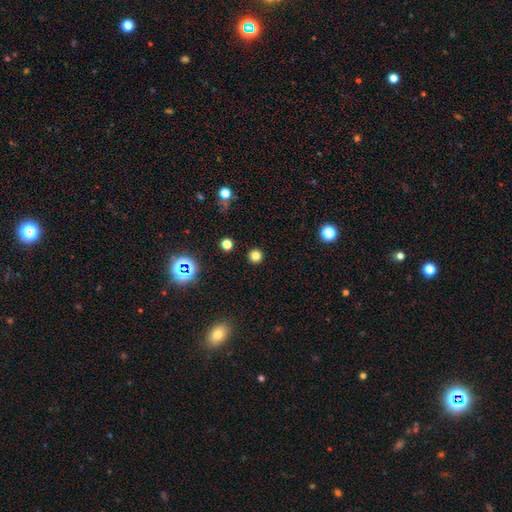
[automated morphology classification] Smooth or featured? Predicted: smooth (p=0.79). How rounded? Predicted: round (p=0.95). Merging? Predicted: none (p=0.92).